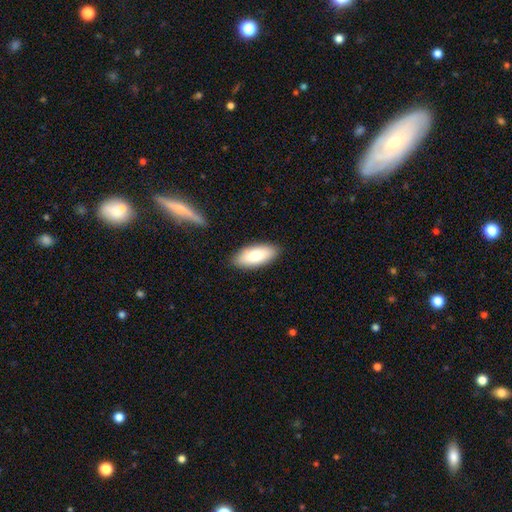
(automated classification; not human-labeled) Overall: smooth (80%). How rounded: in between (86%). Merging: none (88%).